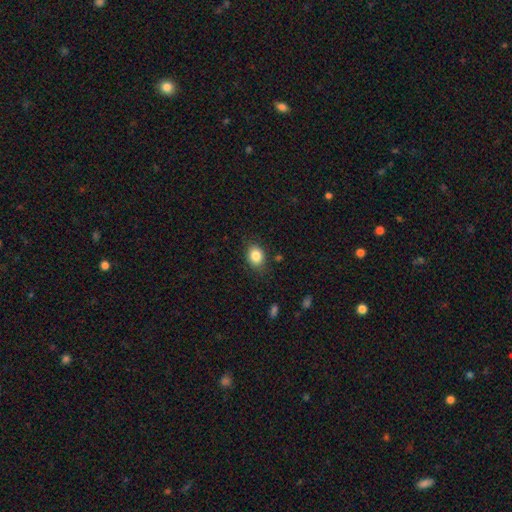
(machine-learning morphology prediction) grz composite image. It shows a smooth galaxy with no disk features (84%) that is in between round and cigar-shaped (57%). Merging: none (83%).